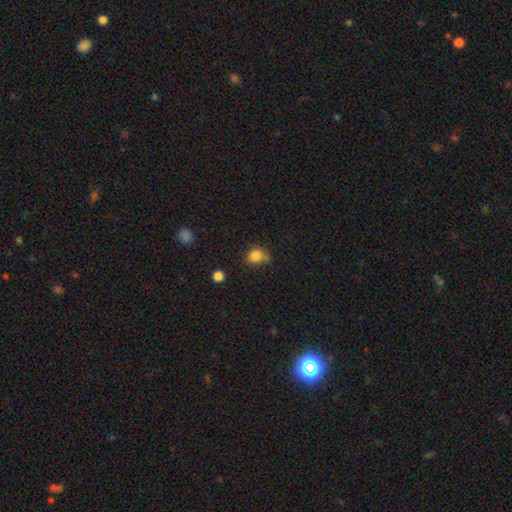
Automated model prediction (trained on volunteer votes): Smooth or featured?
  - smooth: 83% *
  - star or artifact: 11%
  - featured or disk: 5%
How rounded?
  - round: 74% *
  - in between: 25%
  - cigar-shaped: 1%
Merging?
  - none: 60% *
  - minor disturbance: 25%
  - merger: 9%
  - major disturbance: 7%